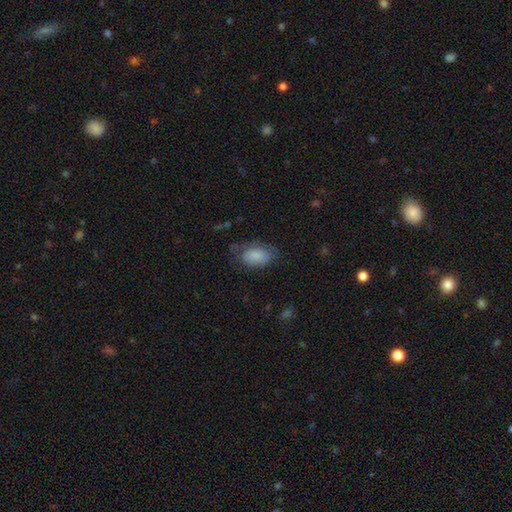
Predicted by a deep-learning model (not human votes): smooth_or_featured: smooth (p=0.78) [alt: featured or disk p=0.14]
how_rounded: in between (p=0.91) [alt: round p=0.07]
merging: none (p=0.54) [alt: minor disturbance p=0.27]